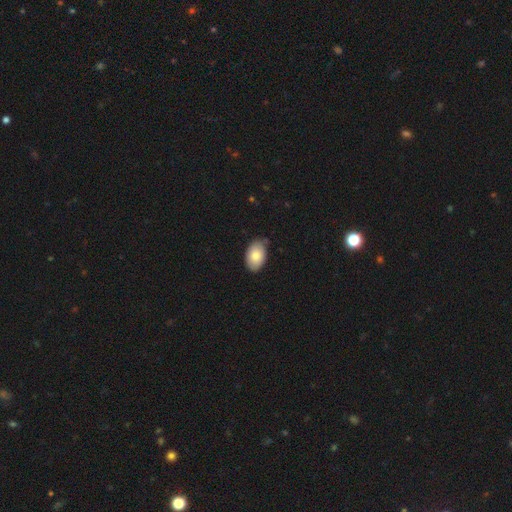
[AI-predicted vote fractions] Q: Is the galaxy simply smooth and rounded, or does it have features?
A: smooth — 83%.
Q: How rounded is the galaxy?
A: in between — 90%.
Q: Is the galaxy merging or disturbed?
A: none — 77%.